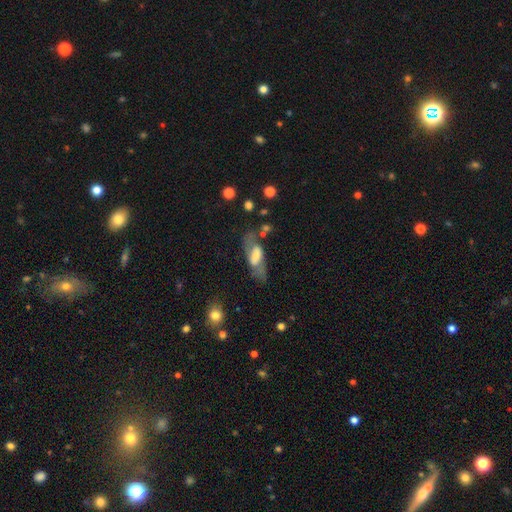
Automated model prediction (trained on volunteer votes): smooth_or_featured: featured or disk (p=0.55) [alt: smooth p=0.37]
disk_edge_on: no (p=0.76) [alt: yes p=0.24]
merging: none (p=0.54) [alt: minor disturbance p=0.21]